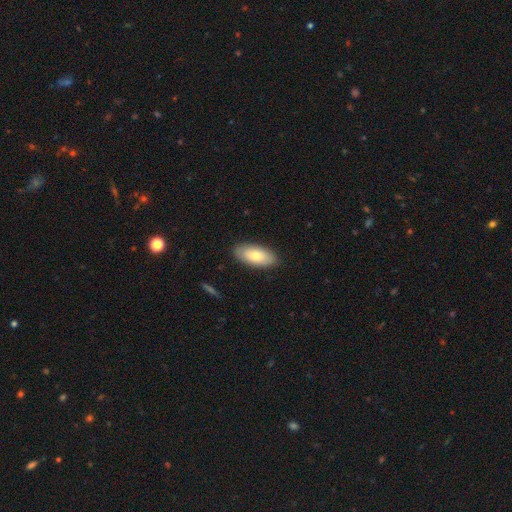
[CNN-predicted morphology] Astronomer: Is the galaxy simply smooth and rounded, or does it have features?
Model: smooth — 75%.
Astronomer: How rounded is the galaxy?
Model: in between — 91%.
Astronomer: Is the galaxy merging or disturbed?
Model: none — 87%.